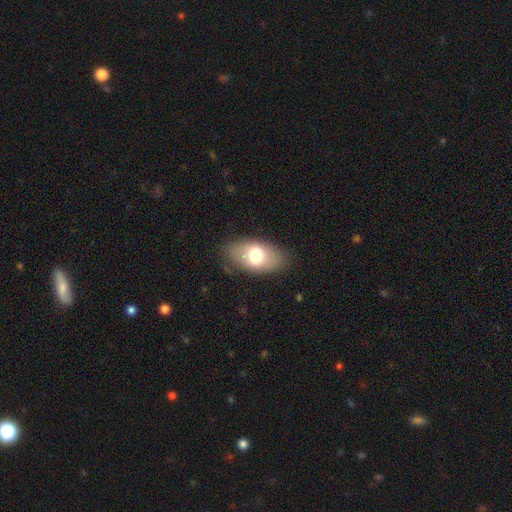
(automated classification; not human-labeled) A smooth galaxy with no disk features (70%) that is in between round and cigar-shaped (91%). Merging: none (80%).